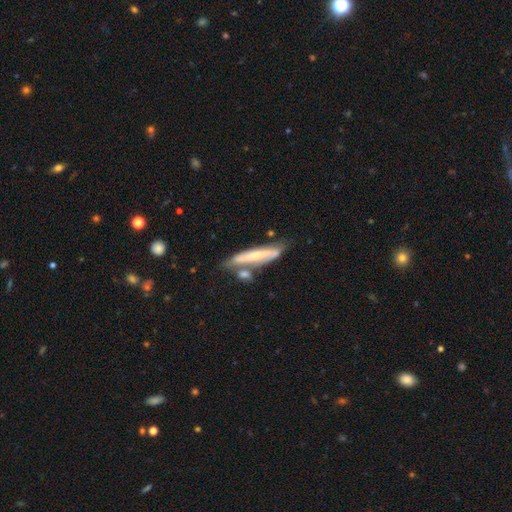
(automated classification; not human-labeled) Smooth or featured? featured or disk (49%)
Merging? none (54%)